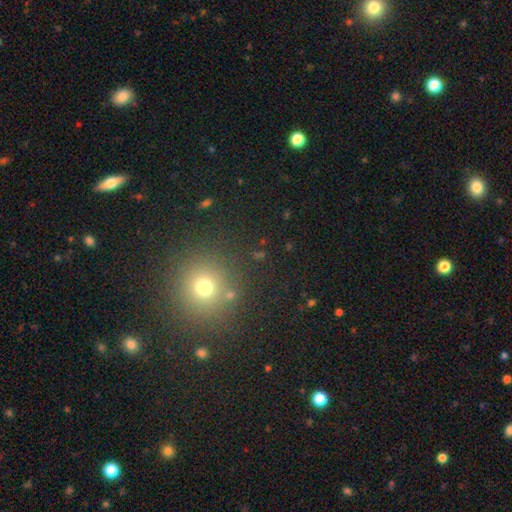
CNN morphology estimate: smooth-or-featured: smooth: 59% | star or artifact: 33% | featured or disk: 8%
  how-rounded: round: 92% | in between: 7% | cigar-shaped: 1%
  merging: none: 87% | minor disturbance: 6% | merger: 4% | major disturbance: 3%